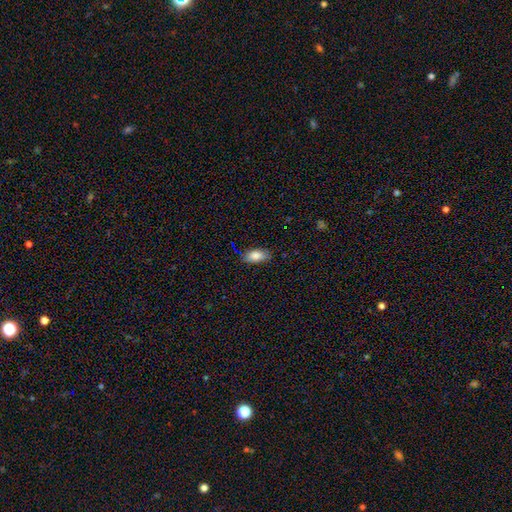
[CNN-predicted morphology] Smooth or featured: smooth — 83% (featured or disk — 9%)
How rounded: in between — 89% (cigar-shaped — 7%)
Merging: none — 81% (minor disturbance — 15%)